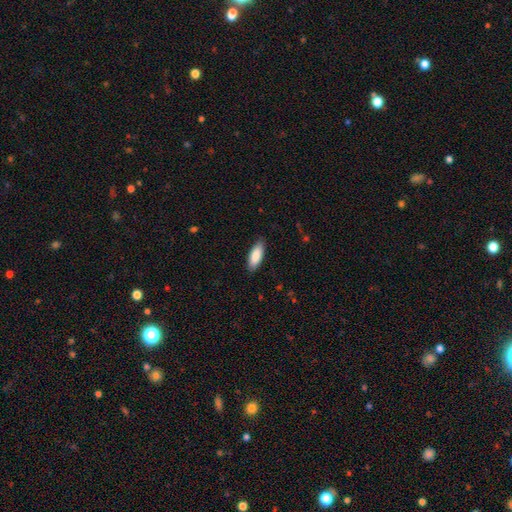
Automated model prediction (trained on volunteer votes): The model was most divided on "how rounded": in between: 72%, cigar-shaped: 27%, round: 1%. More confident: smooth or featured — smooth (87%); merging — none (86%).